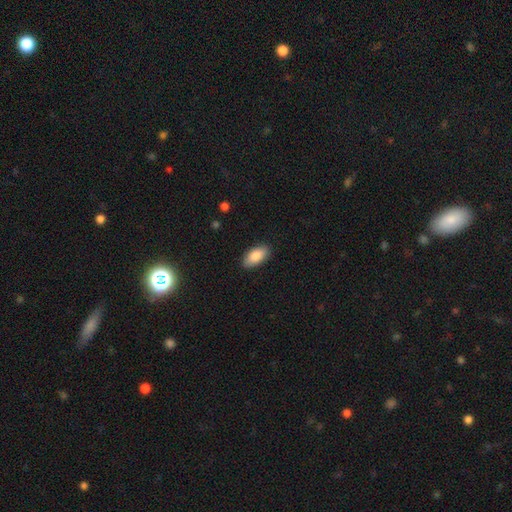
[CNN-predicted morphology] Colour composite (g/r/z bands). It shows a smooth galaxy with no disk features (87%) that is in between round and cigar-shaped (92%). Merging: none (88%).